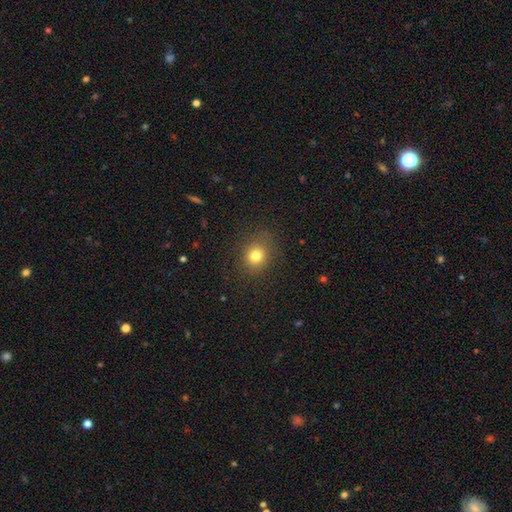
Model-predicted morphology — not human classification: Smooth or featured?
  - smooth: 79% *
  - star or artifact: 14%
  - featured or disk: 7%
How rounded?
  - round: 79% *
  - in between: 20%
  - cigar-shaped: 1%
Merging?
  - none: 84% *
  - minor disturbance: 10%
  - major disturbance: 4%
  - merger: 1%